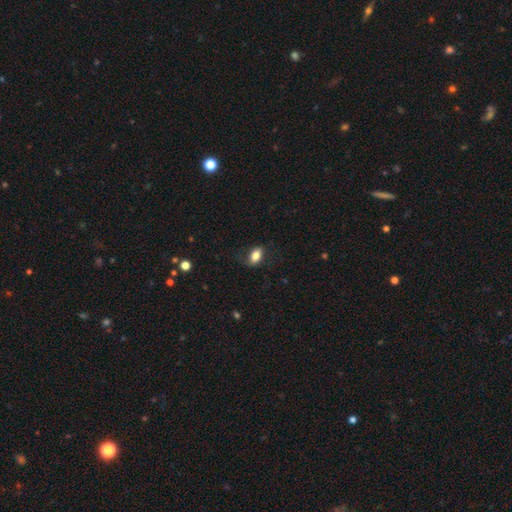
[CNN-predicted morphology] type=smooth (80%); roundness=in between (87%); merging=none (75%).